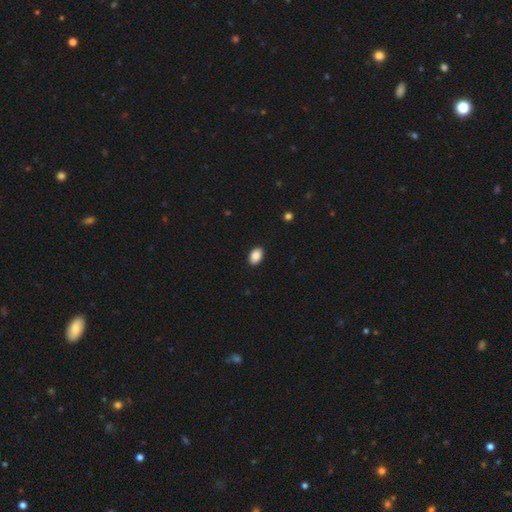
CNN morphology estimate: Smooth or featured? smooth (89%)
How rounded? in between (87%)
Merging? none (90%)